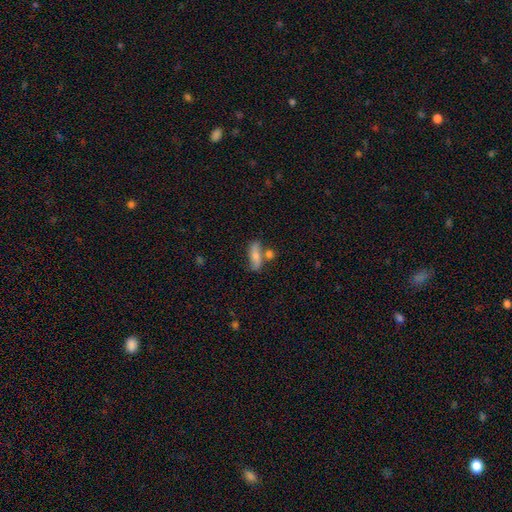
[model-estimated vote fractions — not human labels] This is likely a smooth galaxy (67%). How rounded: possibly in between (59%). Merging: possibly none (57%).